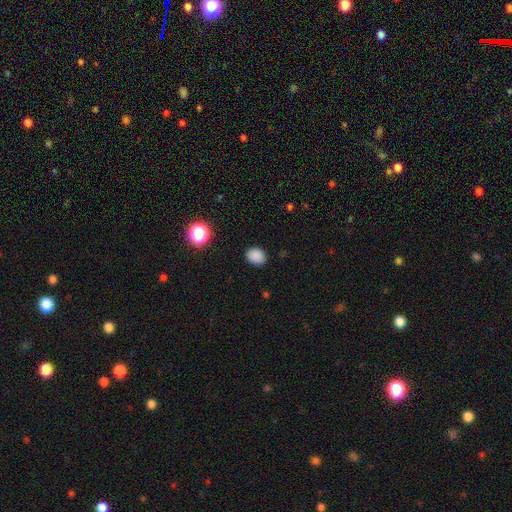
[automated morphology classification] Q: Smooth or featured?
A: smooth (85%); runner-up: star or artifact (12%)
Q: How rounded?
A: round (50%); tied with: in between (50%)
Q: Merging?
A: none (88%); runner-up: minor disturbance (9%)